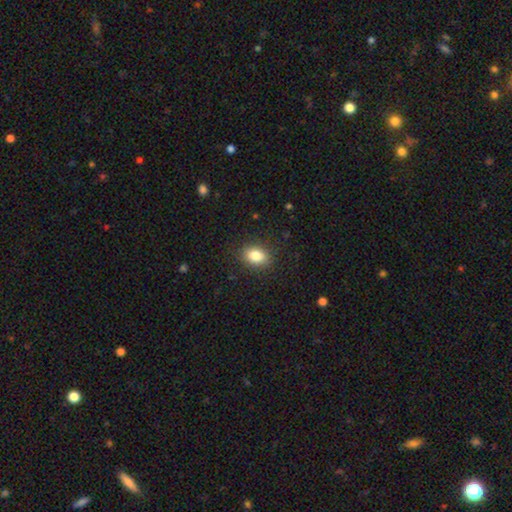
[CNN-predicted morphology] smooth_or_featured: smooth (p=0.84) [alt: star or artifact p=0.09]
how_rounded: in between (p=0.69) [alt: round p=0.30]
merging: none (p=0.87) [alt: minor disturbance p=0.09]